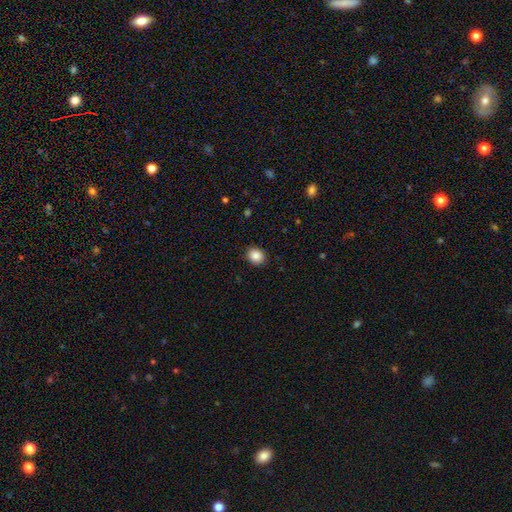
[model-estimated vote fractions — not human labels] Smooth or featured? Predicted: smooth (p=0.86). How rounded? Predicted: round (p=0.68). Merging? Predicted: none (p=0.91).